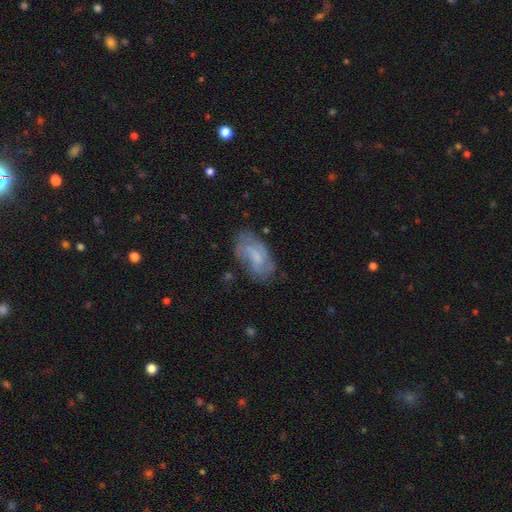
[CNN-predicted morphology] Smooth or featured? Predicted: featured or disk (p=0.57). Edge-on disk? Predicted: no (p=0.95). Bar? Predicted: weak (p=0.46). Spiral arms? Predicted: yes (p=0.76). Bulge size? Predicted: small (p=0.40). Merging? Predicted: none (p=0.63).